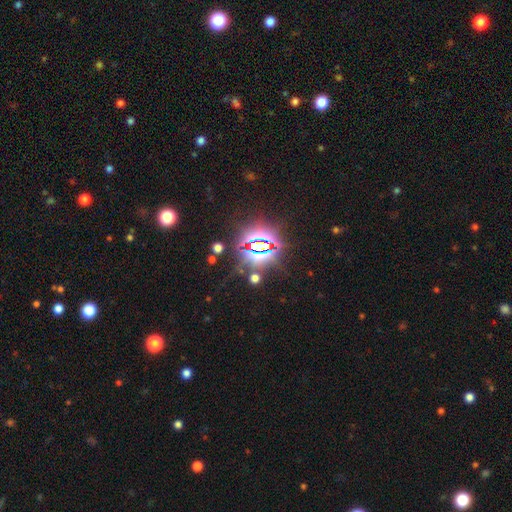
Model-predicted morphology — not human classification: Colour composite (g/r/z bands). It shows a star or artifact, not a galaxy (82%).